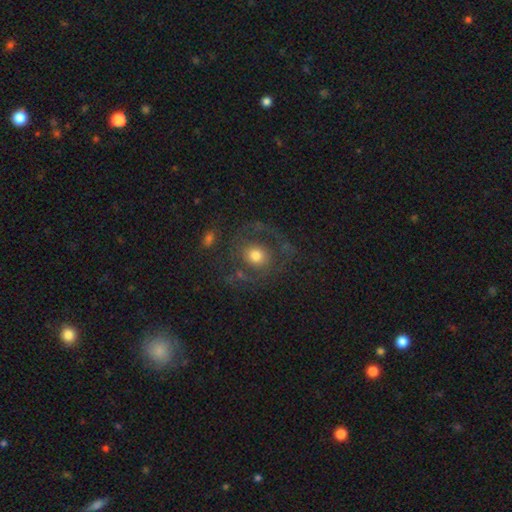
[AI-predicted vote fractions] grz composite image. It shows a featured or disk galaxy (54%) with no bar (81%), spiral arms (64%) and a moderate central bulge (63%). Merging: none (58%).